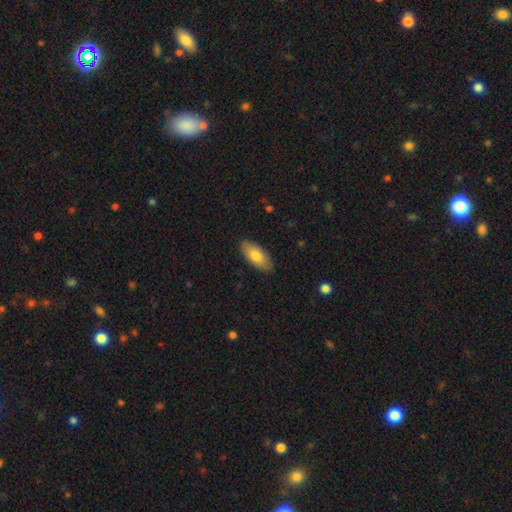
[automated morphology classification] smooth_or_featured: smooth (p=0.75) [alt: featured or disk p=0.19]
how_rounded: in between (p=0.90) [alt: cigar-shaped p=0.08]
merging: none (p=0.87) [alt: minor disturbance p=0.10]